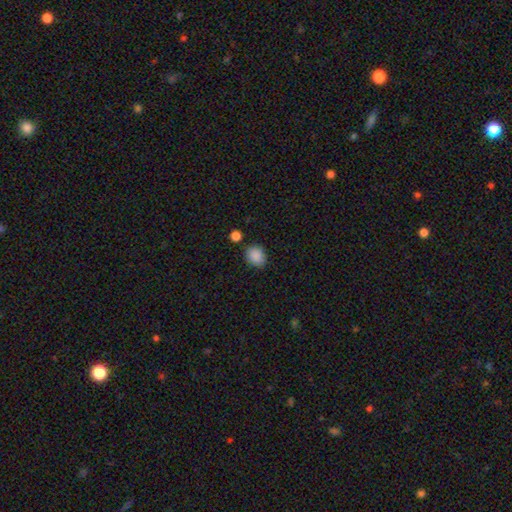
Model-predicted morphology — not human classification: Smooth or featured: smooth — 88% (star or artifact — 9%)
How rounded: round — 55% (in between — 44%)
Merging: none — 81% (minor disturbance — 12%)